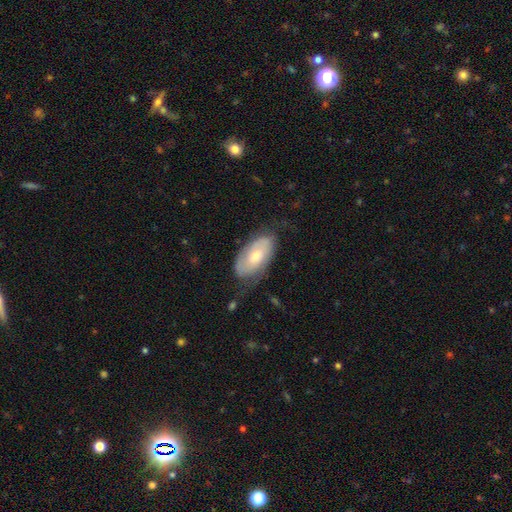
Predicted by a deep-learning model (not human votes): Smooth or featured: featured or disk — 49% (smooth — 45%)
Merging: none — 61% (minor disturbance — 26%)